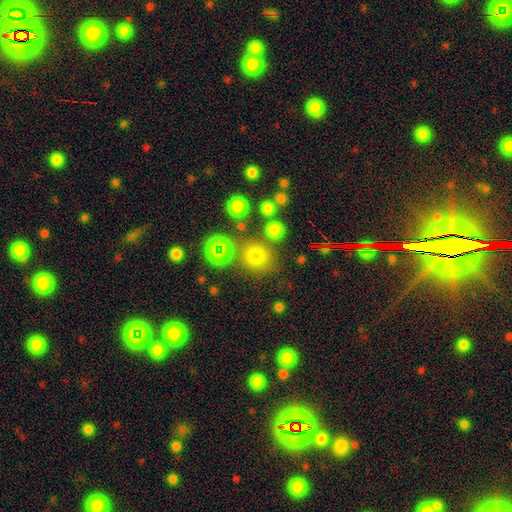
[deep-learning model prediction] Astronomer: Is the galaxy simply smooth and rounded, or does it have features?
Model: smooth — 71%.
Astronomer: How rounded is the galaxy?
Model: round — 85%.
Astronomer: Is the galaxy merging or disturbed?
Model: none — 72%.